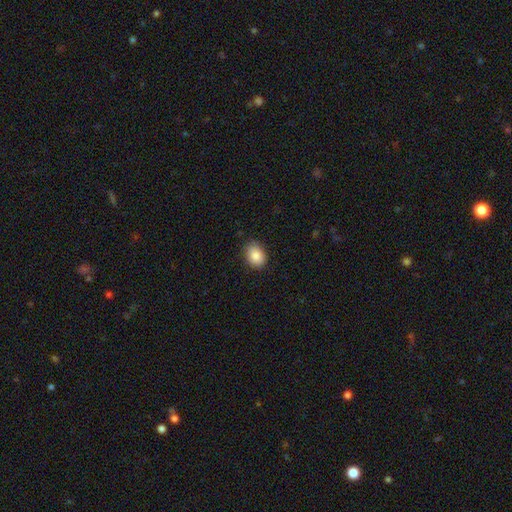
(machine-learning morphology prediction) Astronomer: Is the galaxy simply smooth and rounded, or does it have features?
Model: smooth — 87%.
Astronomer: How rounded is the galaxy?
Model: in between — 63%.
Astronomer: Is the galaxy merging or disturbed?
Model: none — 80%.